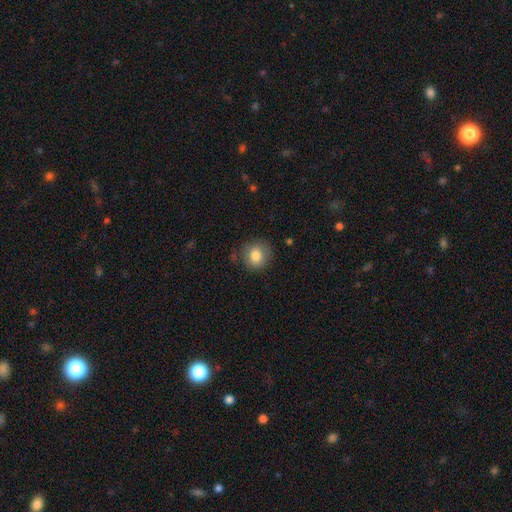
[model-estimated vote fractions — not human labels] smooth-or-featured: smooth: 82% | star or artifact: 9% | featured or disk: 8%
  how-rounded: round: 86% | in between: 13% | cigar-shaped: 1%
  merging: none: 82% | minor disturbance: 13% | major disturbance: 4% | merger: 2%